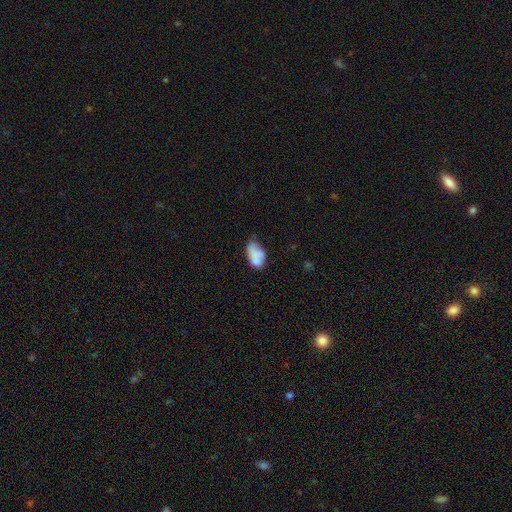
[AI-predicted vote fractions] This appears to be a smooth galaxy with no disk features (75%) that is in between round and cigar-shaped (92%). Merging: none (39%).